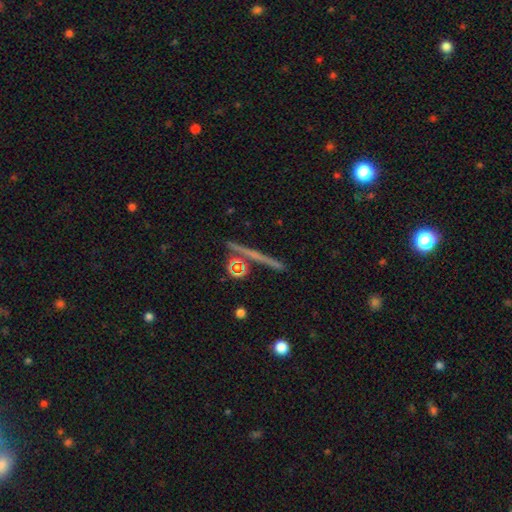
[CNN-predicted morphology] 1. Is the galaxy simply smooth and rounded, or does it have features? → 59% featured or disk, 28% smooth, 13% star or artifact.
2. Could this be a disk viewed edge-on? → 96% yes, 4% no.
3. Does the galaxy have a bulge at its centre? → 64% none, 27% rounded, 9% boxy.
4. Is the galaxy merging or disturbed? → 86% none, 7% minor disturbance, 4% merger, 3% major disturbance.